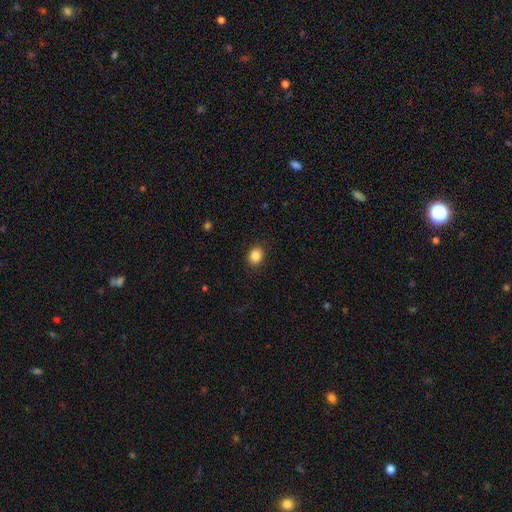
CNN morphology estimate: smooth_or_featured: smooth (p=0.86) [alt: star or artifact p=0.10]
how_rounded: round (p=0.62) [alt: in between p=0.37]
merging: none (p=0.90) [alt: minor disturbance p=0.07]